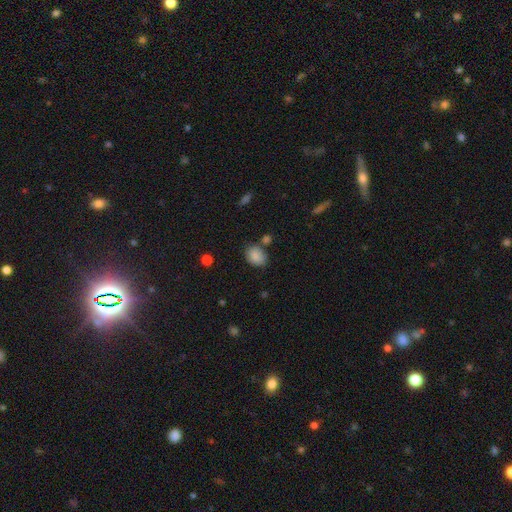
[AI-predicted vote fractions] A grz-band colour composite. It shows a smooth galaxy with no disk features (86%) that is in between round and cigar-shaped (67%). Merging: none (68%).